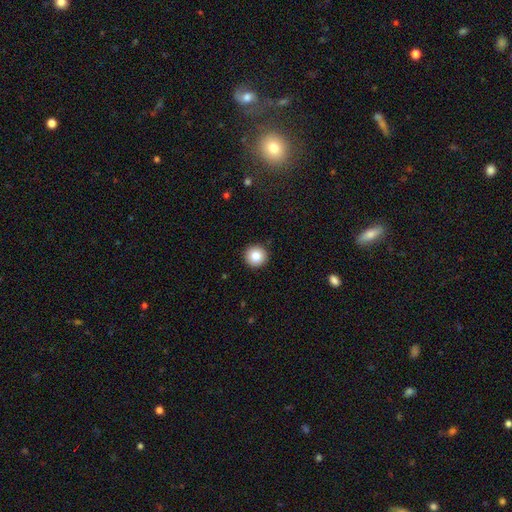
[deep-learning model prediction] Smooth or featured: smooth — 82% (star or artifact — 10%)
How rounded: round — 96% (in between — 3%)
Merging: none — 93% (minor disturbance — 5%)